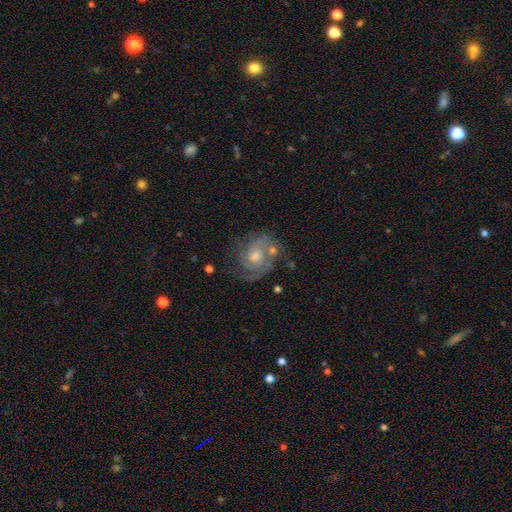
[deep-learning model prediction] Smooth or featured: featured or disk — 80% (smooth — 12%)
Edge-on disk: no — 98% (yes — 2%)
Bar: no — 69% (weak — 27%)
Spiral arms: yes — 94% (no — 6%)
Spiral winding: tight — 54% (medium — 37%)
Spiral arm count: 2 — 56% (can't tell — 18%)
Bulge size: moderate — 62% (small — 25%)
Merging: none — 69% (minor disturbance — 17%)